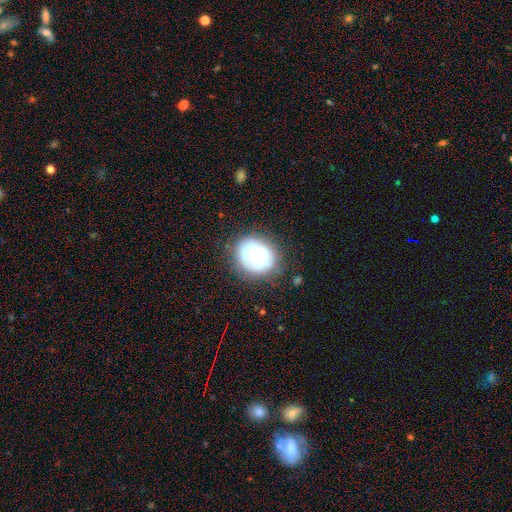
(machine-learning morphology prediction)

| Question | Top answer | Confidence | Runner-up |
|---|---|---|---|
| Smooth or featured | featured or disk | 66% | smooth (25%) |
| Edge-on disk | no | 98% | yes (2%) |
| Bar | no | 71% | weak (24%) |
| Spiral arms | yes | 92% | no (8%) |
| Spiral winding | tight | 61% | medium (30%) |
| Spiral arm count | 2 | 29% | 3 (28%) |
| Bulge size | small | 39% | moderate (28%) |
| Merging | none | 75% | minor disturbance (16%) |